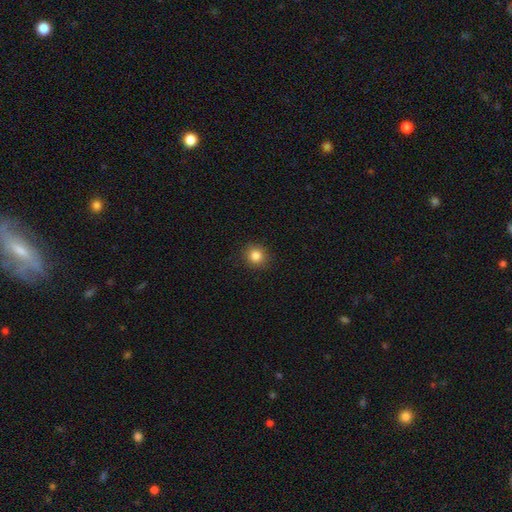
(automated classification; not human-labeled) A smooth galaxy with no disk features (85%) that is round (88%).

Vote fractions:
- Smooth or featured? smooth: 85% / star or artifact: 11% / featured or disk: 4%
- How rounded? round: 88% / in between: 11% / cigar-shaped: 1%
- Merging? none: 91% / minor disturbance: 6% / major disturbance: 2% / merger: 1%